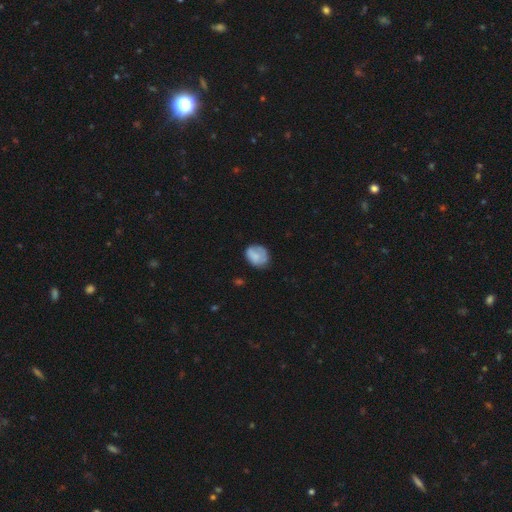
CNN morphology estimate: smooth 72%, featured or disk 20%, star or artifact 8%. Down the decision tree: how rounded — in between (50%); merging — none (60%).